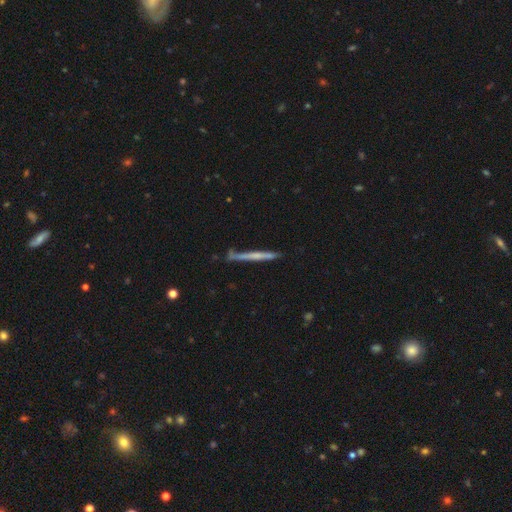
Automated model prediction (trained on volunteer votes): A featured or disk galaxy (52%) viewed edge-on (96%).

Vote fractions:
- Smooth or featured? featured or disk: 52% / smooth: 41% / star or artifact: 7%
- Edge-on disk? yes: 96% / no: 4%
- Merging? none: 77% / minor disturbance: 16% / major disturbance: 3% / merger: 3%